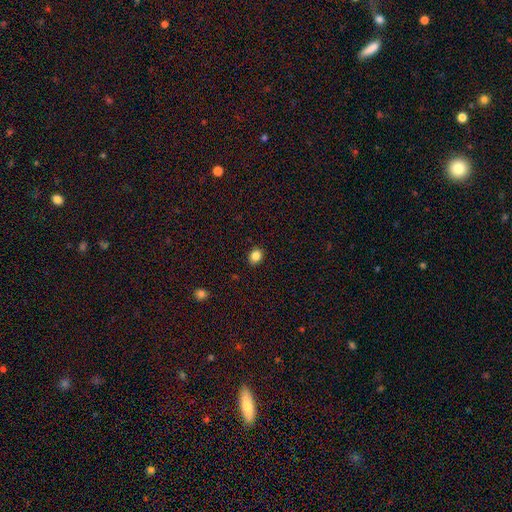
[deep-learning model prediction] A smooth galaxy with no disk features (85%) that is round (50%).

Vote fractions:
- Smooth or featured? smooth: 85% / star or artifact: 11% / featured or disk: 4%
- How rounded? round: 50% / in between: 49% / cigar-shaped: 1%
- Merging? none: 88% / minor disturbance: 9% / major disturbance: 2% / merger: 1%